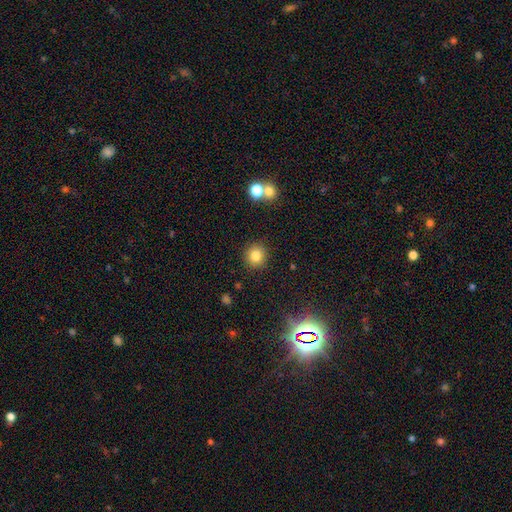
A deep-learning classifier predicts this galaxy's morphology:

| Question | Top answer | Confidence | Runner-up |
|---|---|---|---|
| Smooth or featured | smooth | 82% | star or artifact (12%) |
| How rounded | round | 90% | in between (9%) |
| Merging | none | 88% | minor disturbance (6%) |